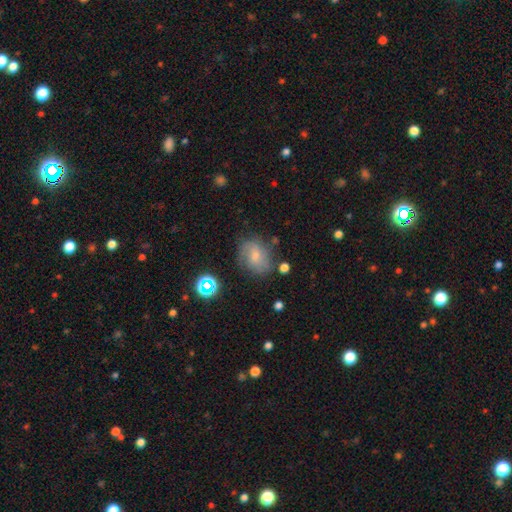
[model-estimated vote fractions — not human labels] Overall: featured or disk (45%; smooth 43%). Merging: none (64%).